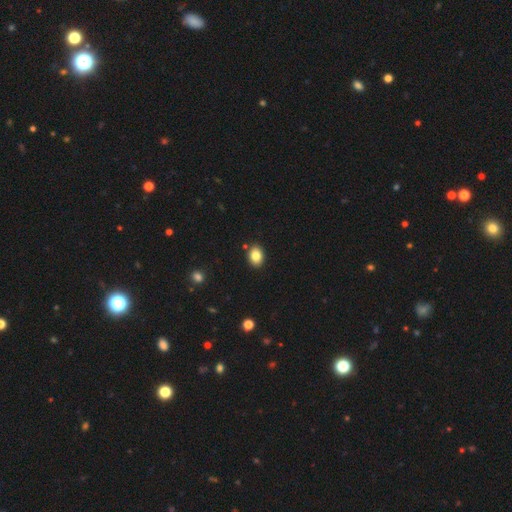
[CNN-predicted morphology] This is clearly a smooth galaxy (85%). How rounded: likely in between (70%). Merging: clearly none (88%).